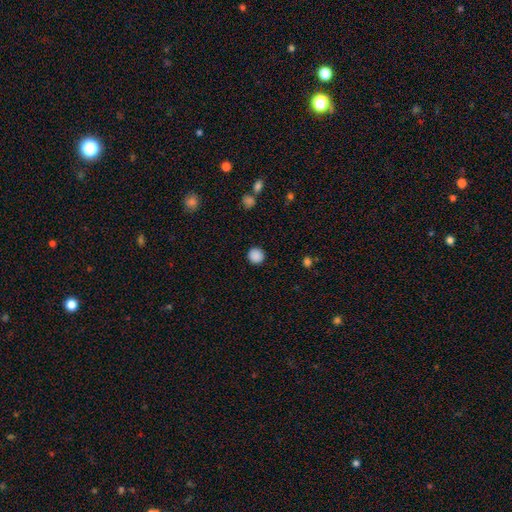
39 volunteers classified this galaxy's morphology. Volunteers were most divided on "how rounded": round: 89%, in between: 11%, cigar-shaped: 0%. More confident: merging — none (97%); smooth or featured — smooth (90%).